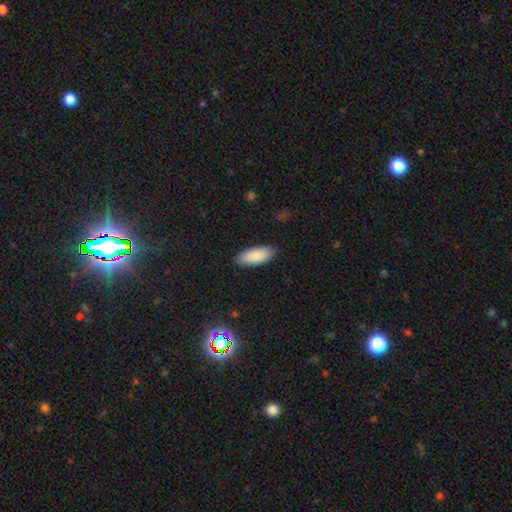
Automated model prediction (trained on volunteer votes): This is clearly a smooth galaxy (89%). How rounded: clearly in between (84%). Merging: clearly none (87%).